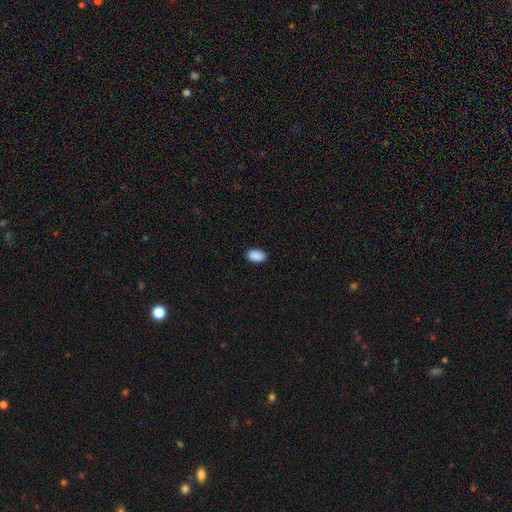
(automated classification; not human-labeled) A smooth galaxy with no disk features (90%) that is in between round and cigar-shaped (92%). Merging: none (88%).